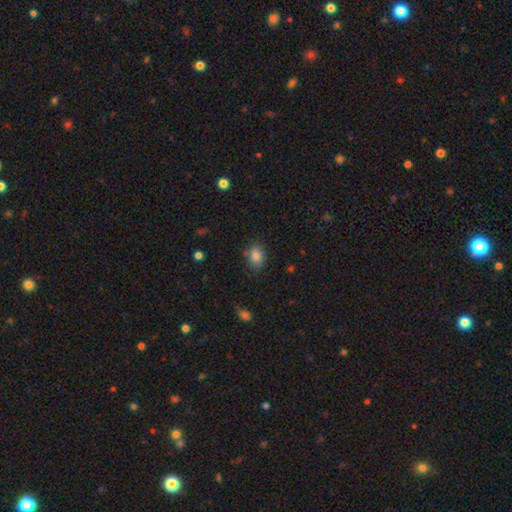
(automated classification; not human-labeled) Smooth or featured?
  - smooth: 84% *
  - star or artifact: 10%
  - featured or disk: 6%
How rounded?
  - in between: 73% *
  - round: 26%
  - cigar-shaped: 1%
Merging?
  - none: 77% *
  - minor disturbance: 16%
  - major disturbance: 4%
  - merger: 2%